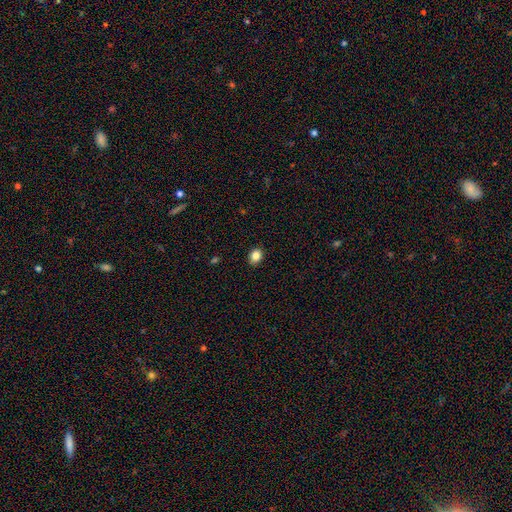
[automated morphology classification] Overall: smooth (85%). How rounded: in between (55%; round 44%). Merging: none (88%).